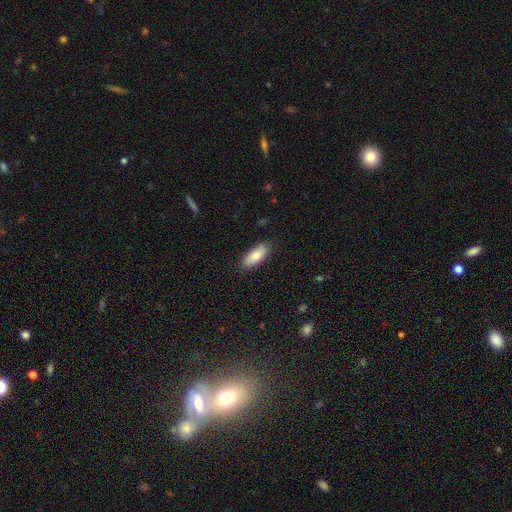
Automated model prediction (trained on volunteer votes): A smooth galaxy with no disk features (82%) that is in between round and cigar-shaped (76%).

Vote fractions:
- Smooth or featured? smooth: 82% / featured or disk: 12% / star or artifact: 6%
- How rounded? in between: 76% / cigar-shaped: 22% / round: 2%
- Merging? none: 85% / minor disturbance: 11% / major disturbance: 2% / merger: 1%